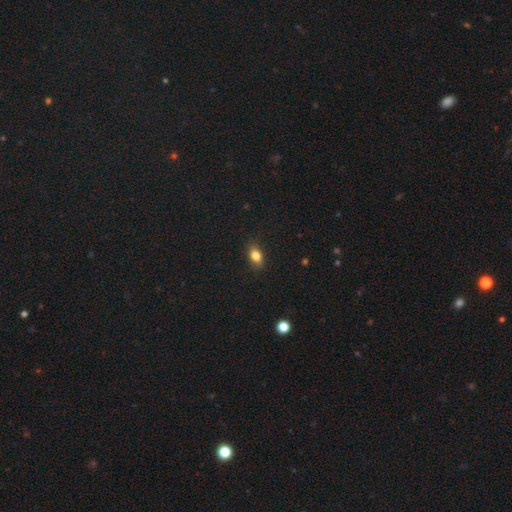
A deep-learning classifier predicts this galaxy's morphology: type=smooth (82%); roundness=in between (79%); merging=none (86%).